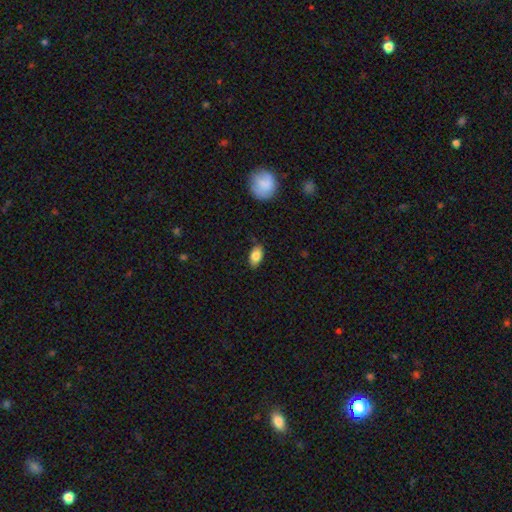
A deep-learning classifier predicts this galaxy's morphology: Smooth or featured: smooth — 83% (featured or disk — 9%)
How rounded: in between — 91% (round — 6%)
Merging: none — 84% (minor disturbance — 12%)